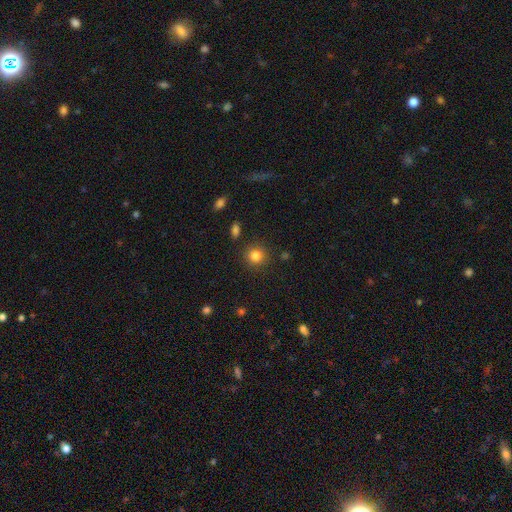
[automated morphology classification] Smooth or featured: smooth — 83% (star or artifact — 12%)
How rounded: round — 91% (in between — 9%)
Merging: none — 89% (minor disturbance — 7%)